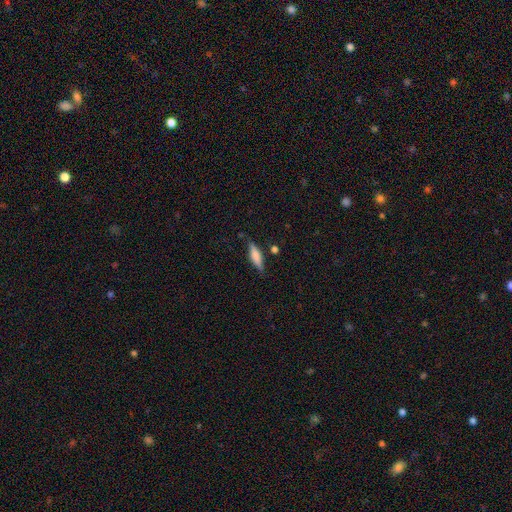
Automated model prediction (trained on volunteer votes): Smooth or featured?
  - smooth: 67% *
  - featured or disk: 26%
  - star or artifact: 7%
How rounded?
  - cigar-shaped: 64% *
  - in between: 34%
  - round: 2%
Merging?
  - none: 77% *
  - minor disturbance: 16%
  - merger: 4%
  - major disturbance: 4%